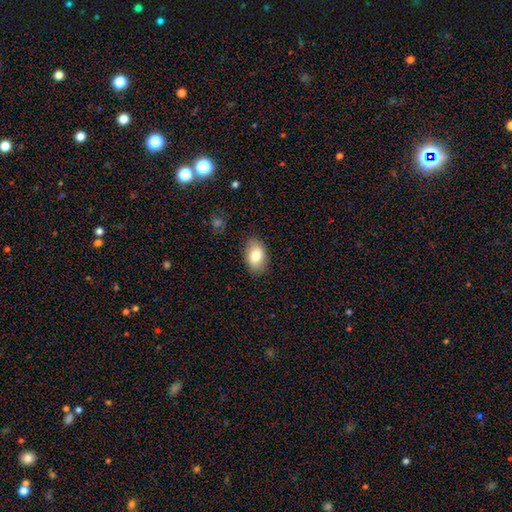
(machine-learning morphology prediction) smooth 81%, featured or disk 12%, star or artifact 7%. Down the decision tree: how rounded — in between (89%); merging — none (86%).